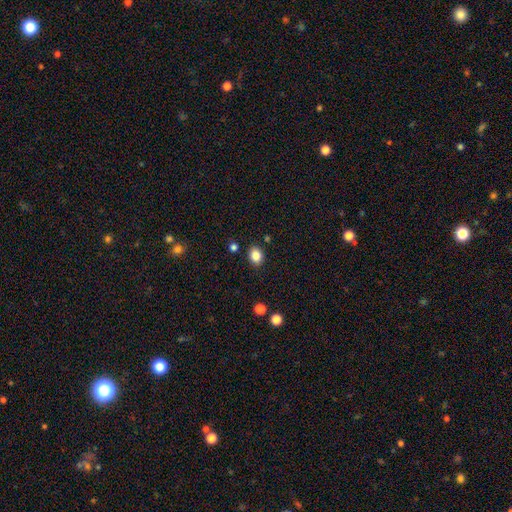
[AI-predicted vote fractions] A smooth galaxy with no disk features (85%) that is in between round and cigar-shaped (54%). Merging: none (87%).